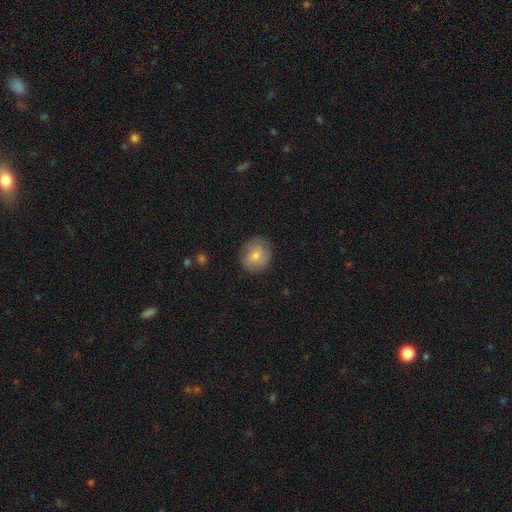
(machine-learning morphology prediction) This is likely a smooth galaxy (66%). How rounded: clearly round (82%). Merging: clearly none (80%).